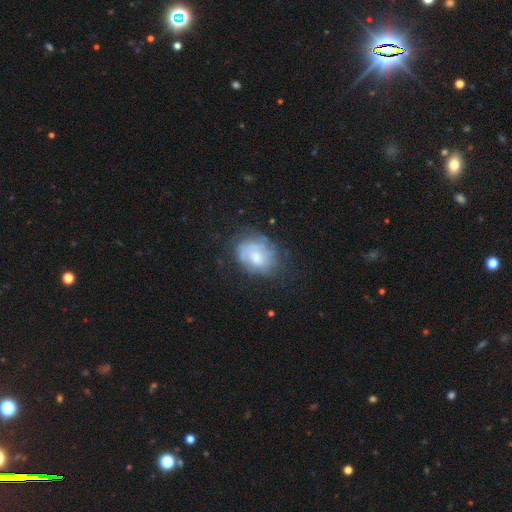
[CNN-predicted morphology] smooth_or_featured: featured or disk (p=0.48) [alt: smooth p=0.43]
merging: none (p=0.58) [alt: minor disturbance p=0.25]